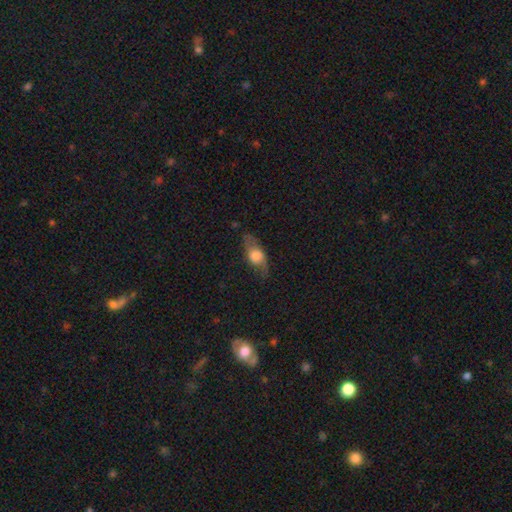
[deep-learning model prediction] The model was most divided on "smooth or featured": smooth: 50%, featured or disk: 42%, star or artifact: 8%. More confident: merging — none (68%); how rounded — in between (66%).